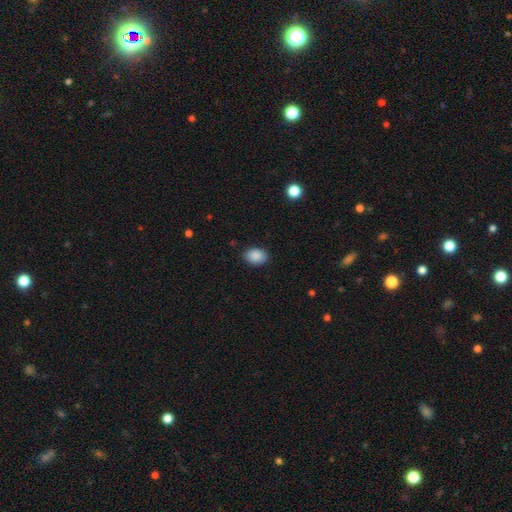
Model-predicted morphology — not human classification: This is clearly a smooth galaxy (89%). How rounded: likely in between (74%). Merging: clearly none (88%).